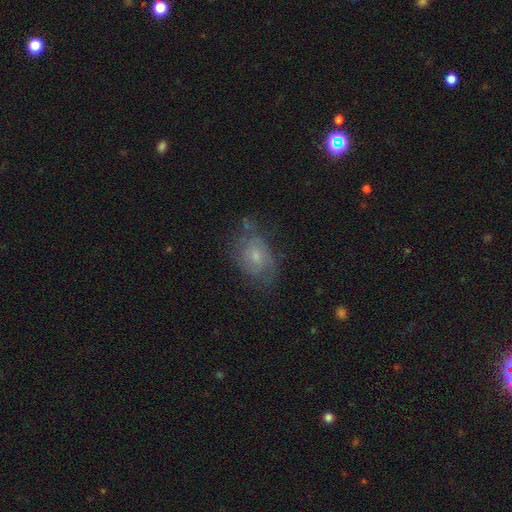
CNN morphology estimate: Overall: featured or disk (52%; smooth 37%). Edge-on disk: no (96%). Merging: none (57%; minor disturbance 26%).